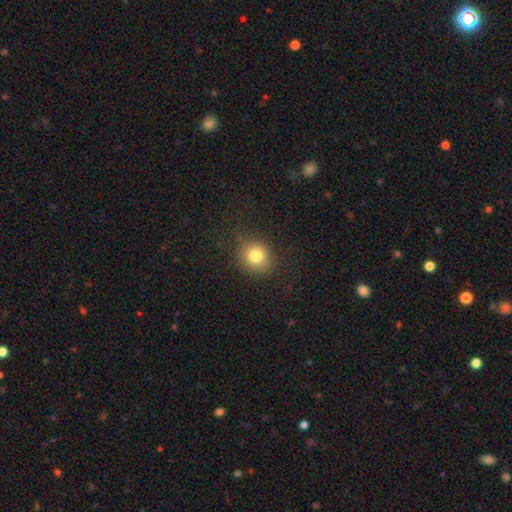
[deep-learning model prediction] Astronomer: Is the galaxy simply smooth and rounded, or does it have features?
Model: smooth — 80%.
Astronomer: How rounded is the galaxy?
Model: round — 77%.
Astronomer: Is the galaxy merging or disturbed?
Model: none — 83%.